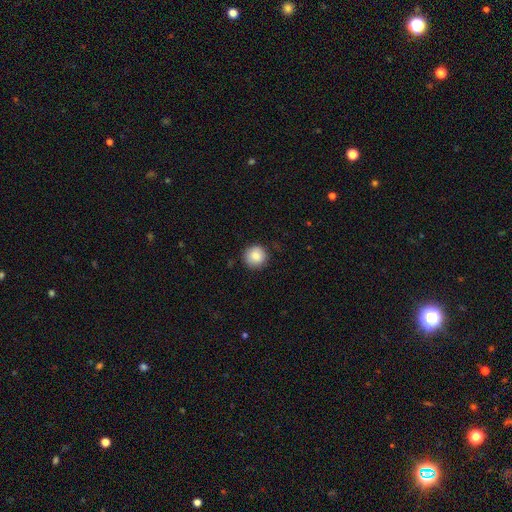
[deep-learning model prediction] The model was most divided on "smooth or featured": smooth: 86%, star or artifact: 8%, featured or disk: 6%. More confident: how rounded — round (94%); merging — none (87%).